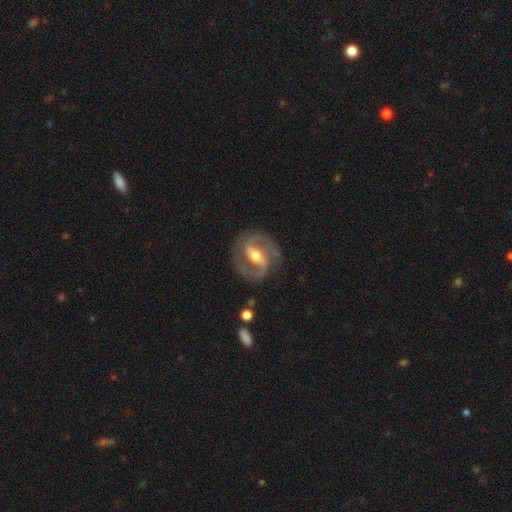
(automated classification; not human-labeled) featured or disk 90%, smooth 6%, star or artifact 4%. Down the decision tree: edge-on disk — no (97%); bar — strong (51%); spiral arms — yes (97%); spiral arm count — 2 (93%); spiral winding — medium (59%); bulge size — moderate (67%); merging — none (85%).